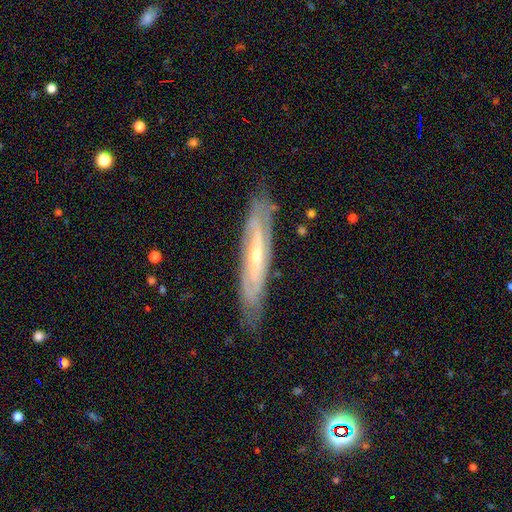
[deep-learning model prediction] smooth-or-featured: featured or disk: 79% | smooth: 15% | star or artifact: 7%
  disk-edge-on: no: 53% | yes: 47%
  merging: none: 78% | minor disturbance: 16% | major disturbance: 4% | merger: 1%